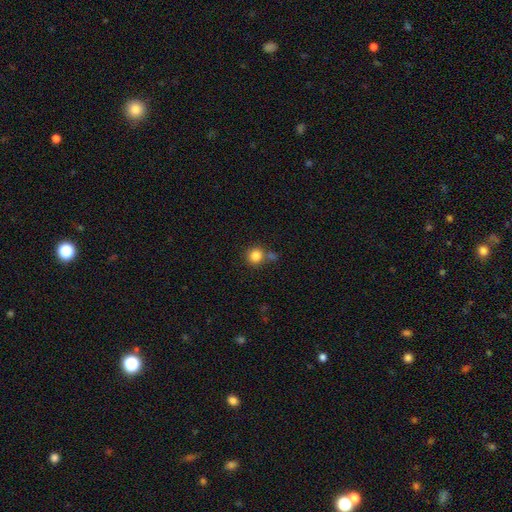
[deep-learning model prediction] A smooth galaxy with no disk features (84%) that is round (91%). Merging: none (68%).